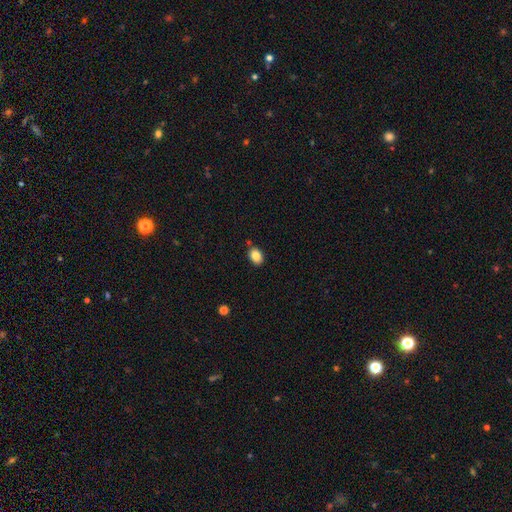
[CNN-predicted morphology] Smooth or featured?
  - smooth: 85% *
  - star or artifact: 9%
  - featured or disk: 7%
How rounded?
  - in between: 75% *
  - round: 24%
  - cigar-shaped: 1%
Merging?
  - none: 82% *
  - minor disturbance: 11%
  - merger: 4%
  - major disturbance: 2%